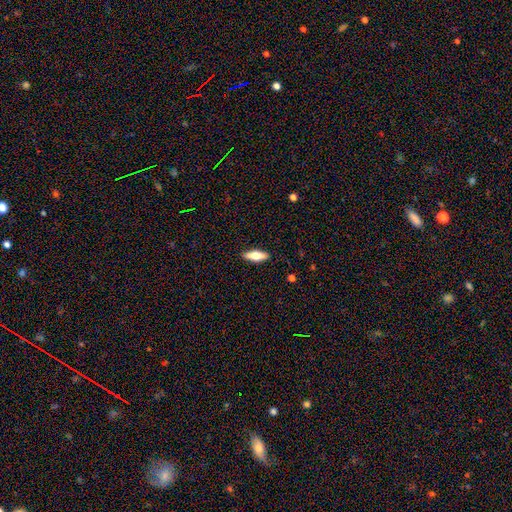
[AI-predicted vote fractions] The model was most divided on "how rounded": in between: 55%, cigar-shaped: 42%, round: 2%. More confident: merging — none (90%); smooth or featured — smooth (63%).